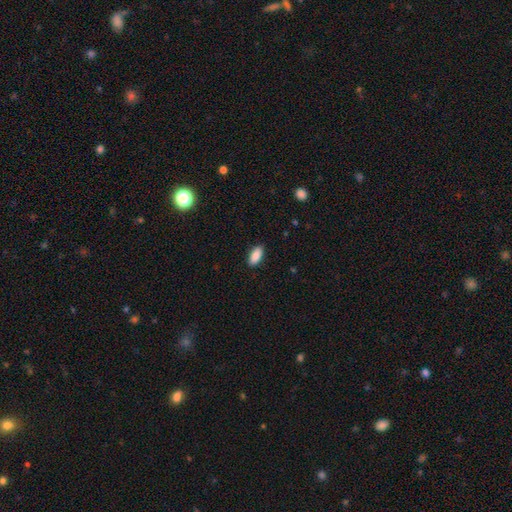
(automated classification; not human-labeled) Smooth or featured?
  - smooth: 89% *
  - star or artifact: 7%
  - featured or disk: 4%
How rounded?
  - in between: 90% *
  - cigar-shaped: 8%
  - round: 2%
Merging?
  - none: 89% *
  - minor disturbance: 8%
  - major disturbance: 2%
  - merger: 1%